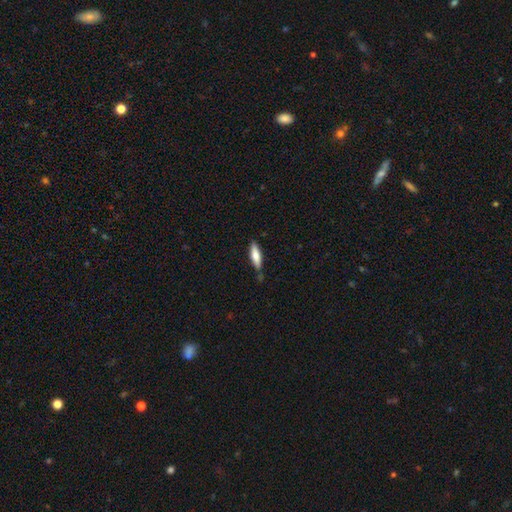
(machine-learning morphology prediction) smooth_or_featured: smooth (p=0.66) [alt: featured or disk p=0.28]
how_rounded: cigar-shaped (p=0.61) [alt: in between p=0.37]
merging: none (p=0.80) [alt: minor disturbance p=0.14]